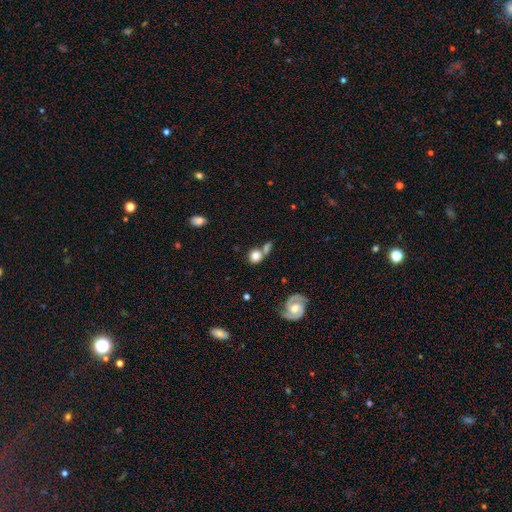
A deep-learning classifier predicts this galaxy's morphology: Q: Smooth or featured?
A: smooth (74%); runner-up: featured or disk (17%)
Q: How rounded?
A: round (75%); runner-up: in between (23%)
Q: Merging?
A: none (47%); runner-up: merger (35%)